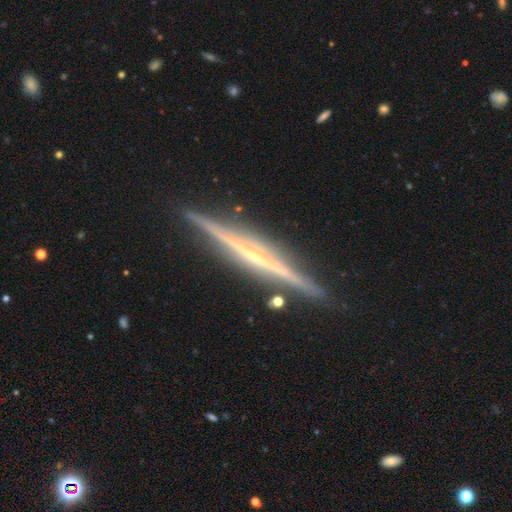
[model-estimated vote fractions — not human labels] Smooth or featured: featured or disk — 84% (smooth — 11%)
Edge-on disk: yes — 98% (no — 2%)
Edge-on bulge: none — 64% (rounded — 27%)
Merging: none — 89% (minor disturbance — 7%)